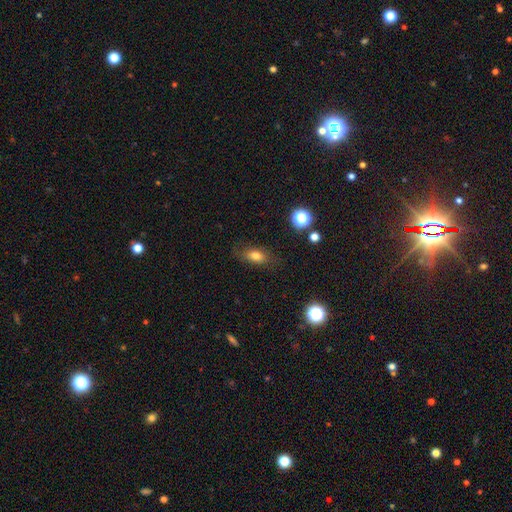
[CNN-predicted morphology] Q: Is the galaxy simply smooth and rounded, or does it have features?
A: smooth — 75%.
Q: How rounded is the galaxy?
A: in between — 80%.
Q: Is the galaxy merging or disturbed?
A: none — 77%.